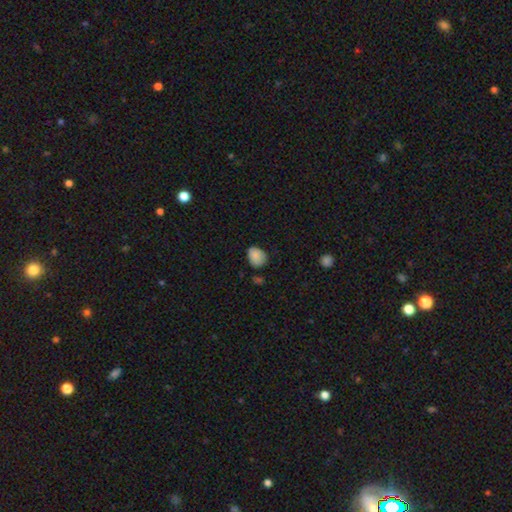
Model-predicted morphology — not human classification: This is clearly a smooth galaxy (86%). How rounded: possibly in between (59%). Merging: likely none (63%).